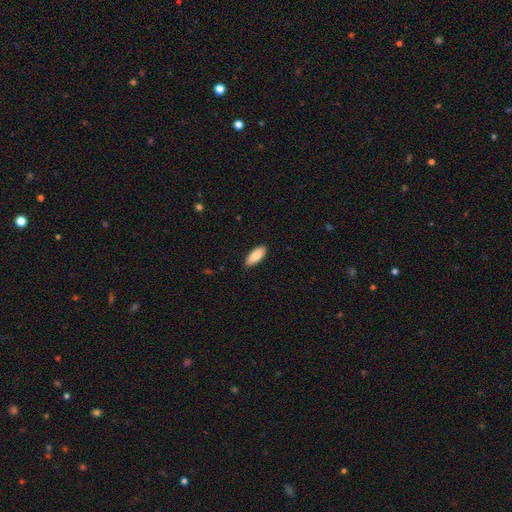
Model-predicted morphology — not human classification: A smooth galaxy with no disk features (87%) that is in between round and cigar-shaped (81%).

Vote fractions:
- Smooth or featured? smooth: 87% / featured or disk: 7% / star or artifact: 6%
- How rounded? in between: 81% / cigar-shaped: 17% / round: 2%
- Merging? none: 89% / minor disturbance: 9% / major disturbance: 2% / merger: 1%